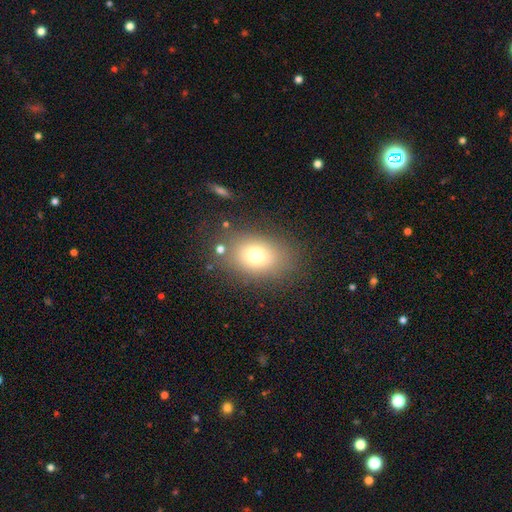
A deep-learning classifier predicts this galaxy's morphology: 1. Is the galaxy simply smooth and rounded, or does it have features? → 73% smooth, 14% featured or disk, 13% star or artifact.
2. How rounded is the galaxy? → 72% in between, 27% round, 1% cigar-shaped.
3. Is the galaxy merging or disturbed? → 79% none, 12% minor disturbance, 6% major disturbance, 4% merger.